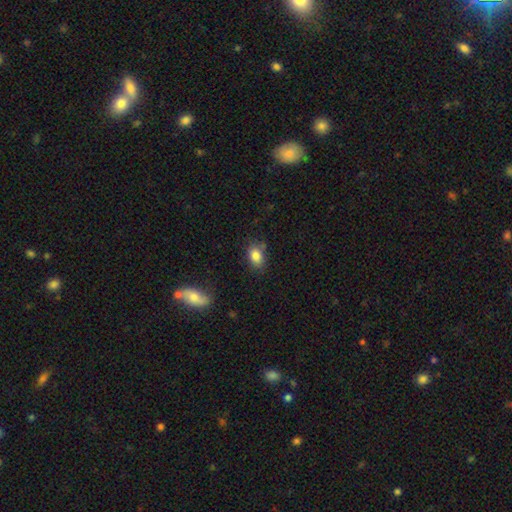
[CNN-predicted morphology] Smooth or featured: smooth — 84% (star or artifact — 9%)
How rounded: in between — 80% (round — 18%)
Merging: none — 72% (minor disturbance — 18%)